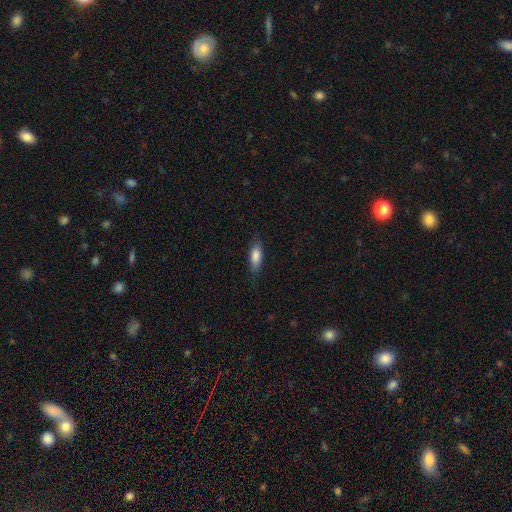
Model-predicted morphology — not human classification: The model was most divided on "how rounded": in between: 66%, cigar-shaped: 32%, round: 2%. More confident: smooth or featured — smooth (82%); merging — none (81%).